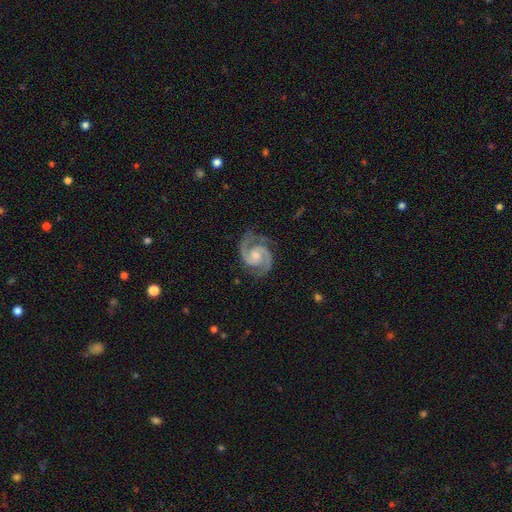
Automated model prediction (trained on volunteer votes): Smooth or featured: featured or disk — 94% (star or artifact — 4%)
Edge-on disk: no — 98% (yes — 2%)
Bar: no — 55% (weak — 36%)
Spiral arms: yes — 99% (no — 1%)
Spiral winding: medium — 57% (tight — 37%)
Spiral arm count: 2 — 94% (3 — 2%)
Bulge size: moderate — 47% (small — 37%)
Merging: none — 80% (minor disturbance — 14%)